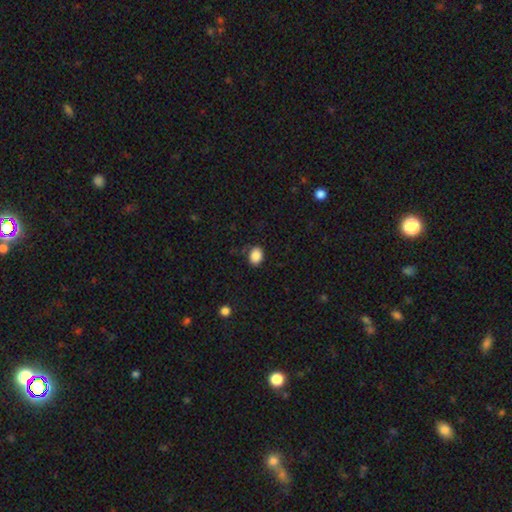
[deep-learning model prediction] Morphology: type=smooth (87%); roundness=in between (59%); merging=none (82%).